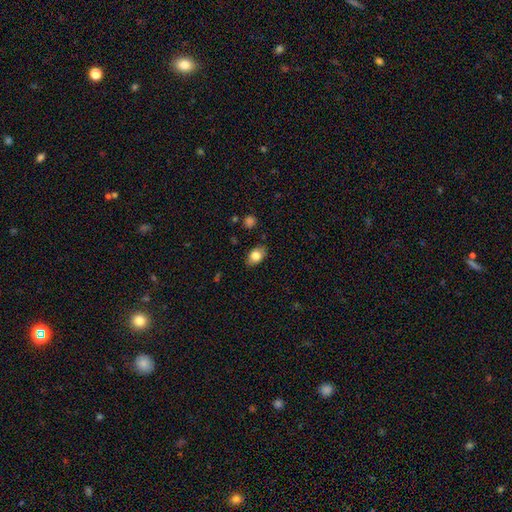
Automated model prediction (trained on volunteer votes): Smooth or featured: smooth — 80% (featured or disk — 12%)
How rounded: in between — 81% (round — 18%)
Merging: none — 82% (minor disturbance — 14%)